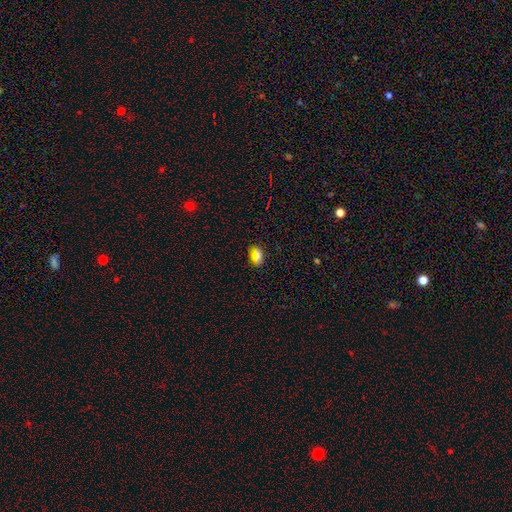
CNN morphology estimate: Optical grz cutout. It shows a smooth galaxy with no disk features (67%) that is in between round and cigar-shaped (68%). Merging: none (87%).